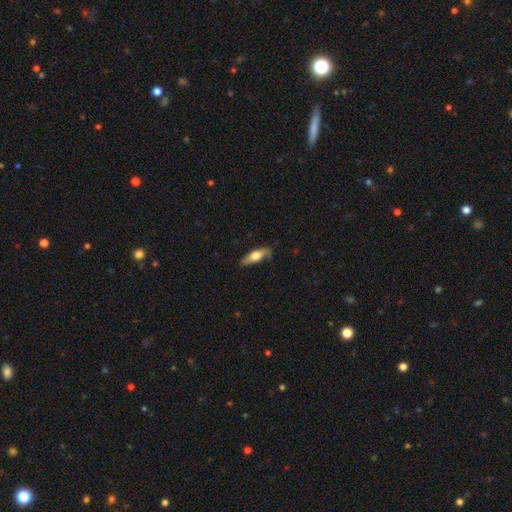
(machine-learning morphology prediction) A smooth galaxy with no disk features (55%) that is cigar-shaped (51%).

Vote fractions:
- Smooth or featured? smooth: 55% / featured or disk: 40% / star or artifact: 5%
- How rounded? cigar-shaped: 51% / in between: 46% / round: 3%
- Merging? none: 74% / minor disturbance: 20% / major disturbance: 4% / merger: 1%